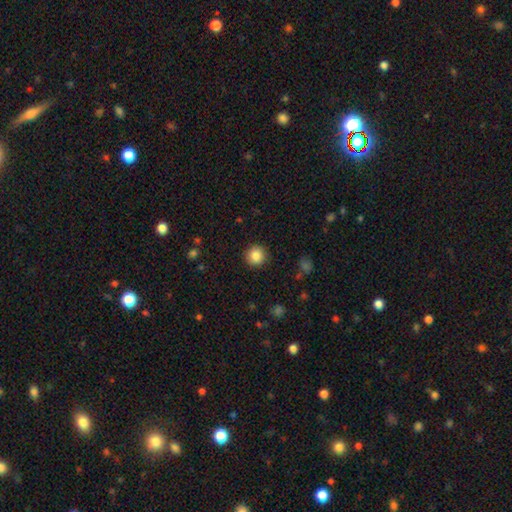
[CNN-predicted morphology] type=smooth (86%); roundness=round (95%); merging=none (91%).